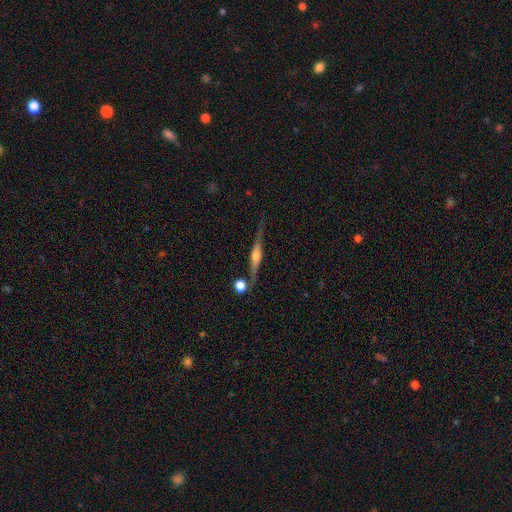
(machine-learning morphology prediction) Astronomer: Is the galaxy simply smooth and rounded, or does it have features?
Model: featured or disk — 77%.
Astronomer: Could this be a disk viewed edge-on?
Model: yes — 96%.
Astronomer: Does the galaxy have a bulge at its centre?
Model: rounded — 73%.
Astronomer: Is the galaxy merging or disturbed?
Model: none — 76%.